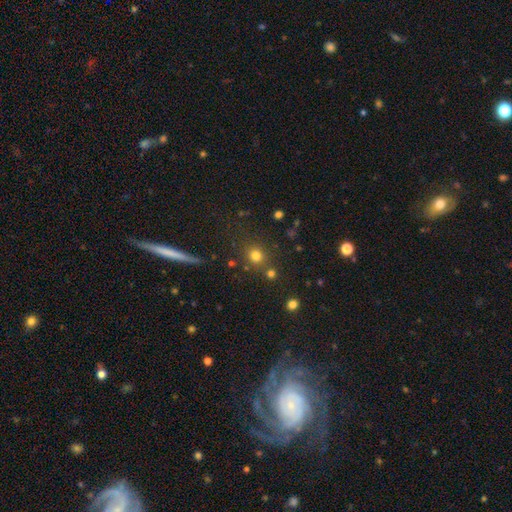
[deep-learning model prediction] This is likely a smooth galaxy (75%). How rounded: clearly round (87%). Merging: likely none (76%).